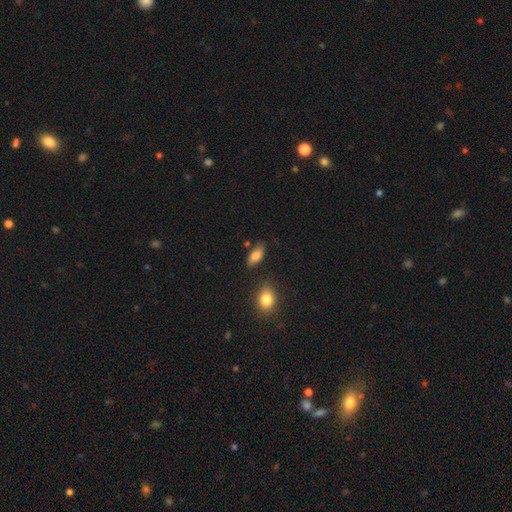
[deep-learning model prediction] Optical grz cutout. It shows a smooth galaxy with no disk features (83%) that is in between round and cigar-shaped (89%). Merging: none (73%).